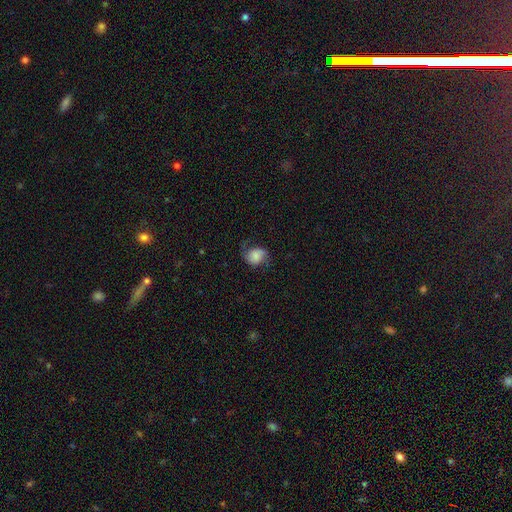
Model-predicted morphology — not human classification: This appears to be a smooth galaxy with no disk features (47%). Merging: none (61%).